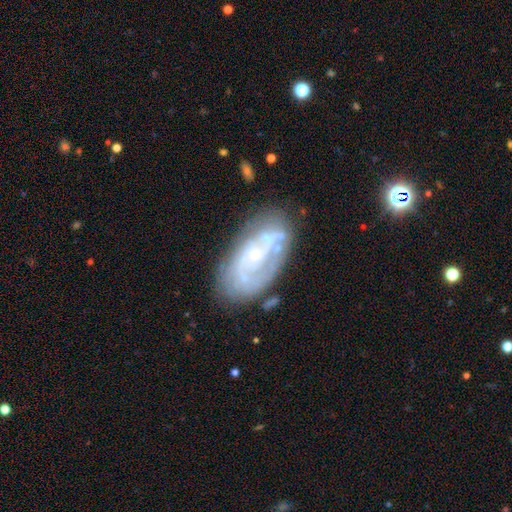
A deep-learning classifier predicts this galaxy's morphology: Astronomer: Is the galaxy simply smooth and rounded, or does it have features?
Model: featured or disk — 73%.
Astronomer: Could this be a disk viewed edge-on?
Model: no — 95%.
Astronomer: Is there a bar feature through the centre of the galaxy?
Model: no — 69%.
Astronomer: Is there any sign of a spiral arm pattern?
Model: yes — 68%.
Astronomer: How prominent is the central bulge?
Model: small — 70%.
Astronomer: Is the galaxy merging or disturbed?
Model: none — 63%.